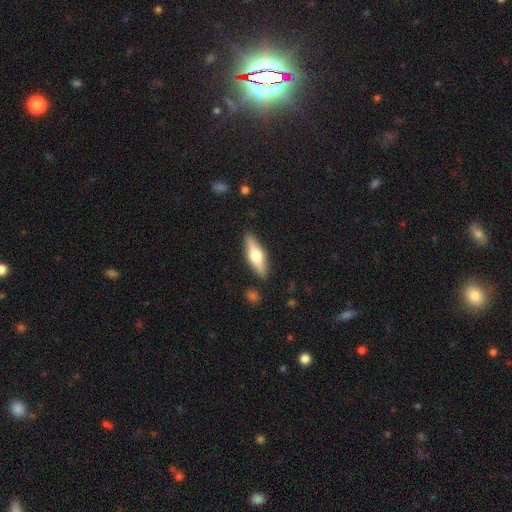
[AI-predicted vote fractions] Smooth or featured?
  - featured or disk: 49% *
  - smooth: 46%
  - star or artifact: 6%
Merging?
  - none: 87% *
  - minor disturbance: 9%
  - major disturbance: 2%
  - merger: 2%